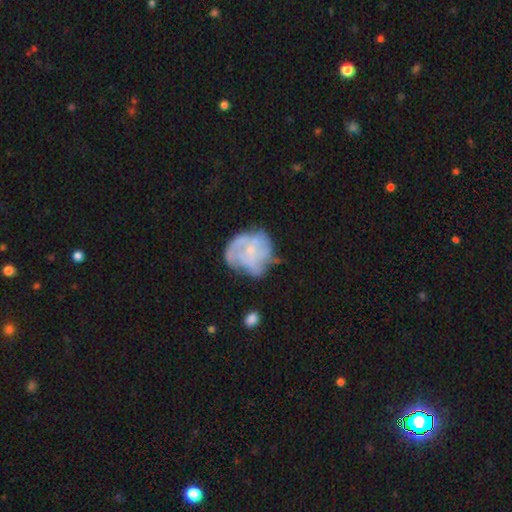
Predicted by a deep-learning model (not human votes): featured or disk 63%, smooth 25%, star or artifact 11%. Down the decision tree: edge-on disk — no (97%); bar — no (76%); spiral arms — yes (71%); bulge size — small (68%); merging — none (53%).